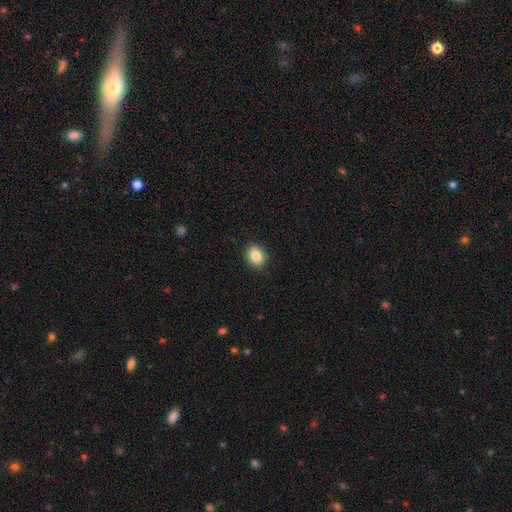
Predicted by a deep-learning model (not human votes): Smooth or featured? smooth (86%)
How rounded? in between (57%)
Merging? none (88%)